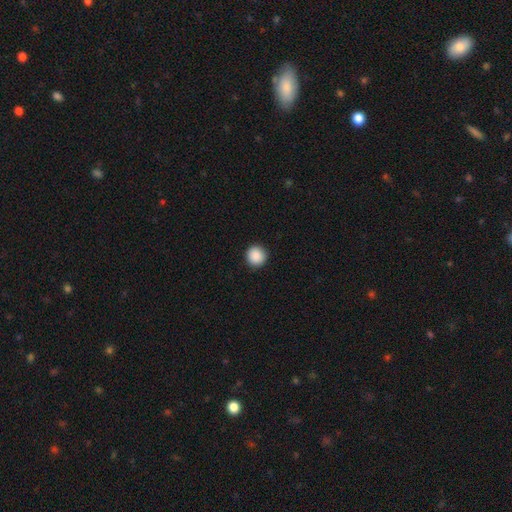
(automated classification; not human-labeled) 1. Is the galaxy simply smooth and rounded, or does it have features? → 89% smooth, 8% star or artifact, 2% featured or disk.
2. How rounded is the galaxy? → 95% round, 4% in between, 1% cigar-shaped.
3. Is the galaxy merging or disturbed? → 93% none, 5% minor disturbance, 2% major disturbance, 1% merger.